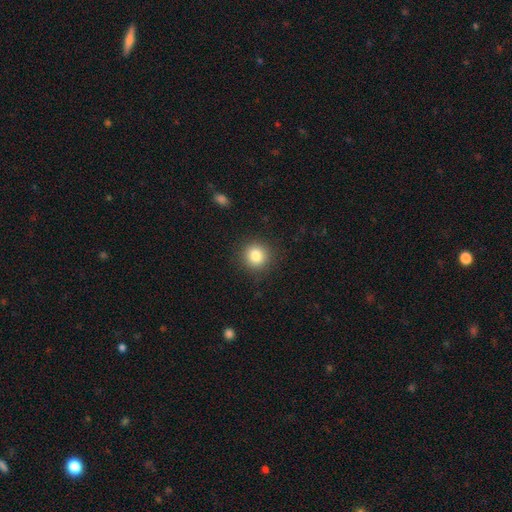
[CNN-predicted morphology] Smooth or featured: smooth — 83% (star or artifact — 10%)
How rounded: round — 91% (in between — 8%)
Merging: none — 90% (minor disturbance — 7%)